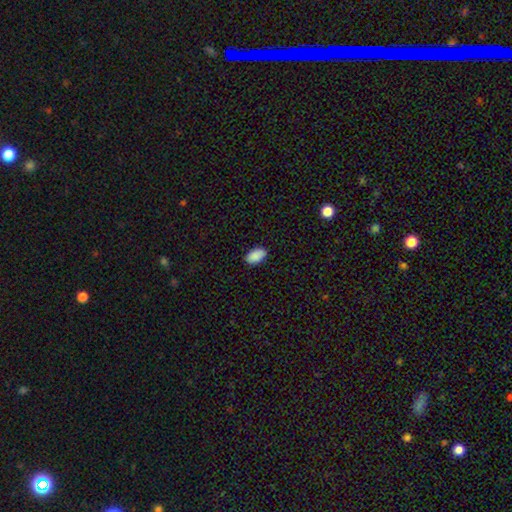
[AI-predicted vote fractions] Morphology: type=smooth (90%); roundness=in between (94%); merging=none (88%).